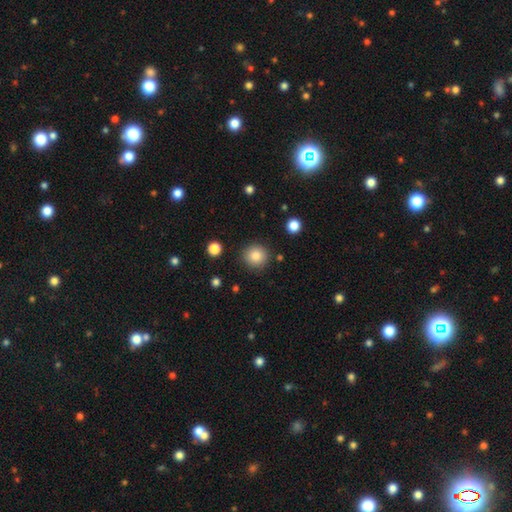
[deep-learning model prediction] Smooth or featured?
  - smooth: 84% *
  - star or artifact: 10%
  - featured or disk: 6%
How rounded?
  - round: 94% *
  - in between: 6%
  - cigar-shaped: 1%
Merging?
  - none: 89% *
  - minor disturbance: 7%
  - major disturbance: 2%
  - merger: 2%